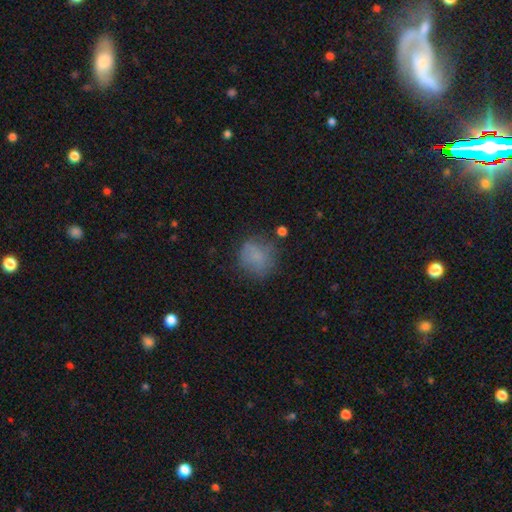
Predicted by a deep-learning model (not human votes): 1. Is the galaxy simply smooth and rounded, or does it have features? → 76% smooth, 12% star or artifact, 12% featured or disk.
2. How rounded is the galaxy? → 77% round, 22% in between, 1% cigar-shaped.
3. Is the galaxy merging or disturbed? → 65% none, 22% minor disturbance, 11% major disturbance, 3% merger.